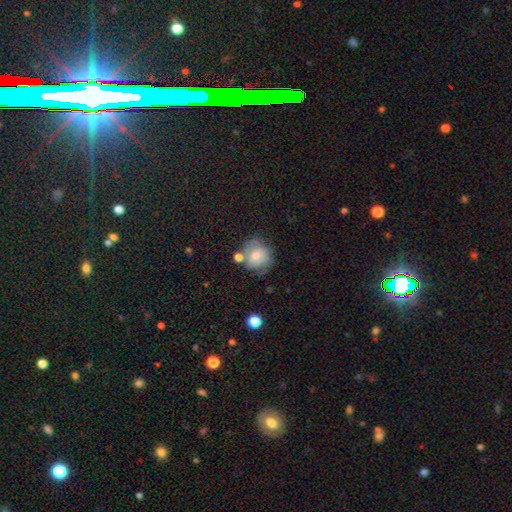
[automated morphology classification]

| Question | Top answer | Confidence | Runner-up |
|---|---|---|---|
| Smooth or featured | smooth | 59% | featured or disk (32%) |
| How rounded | round | 80% | in between (19%) |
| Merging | none | 52% | minor disturbance (22%) |